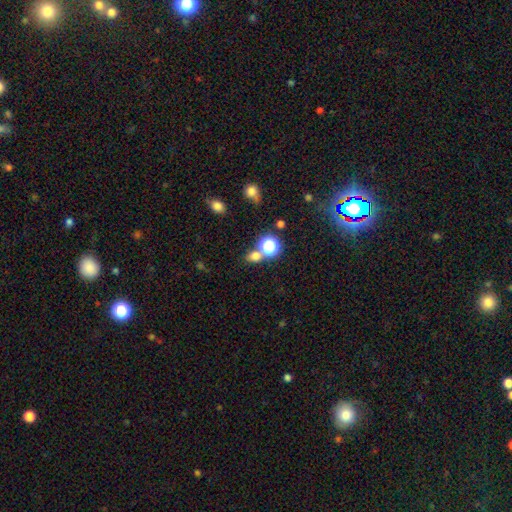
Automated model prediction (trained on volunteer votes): smooth 68%, star or artifact 25%, featured or disk 7%. Down the decision tree: how rounded — round (58%); merging — none (62%).